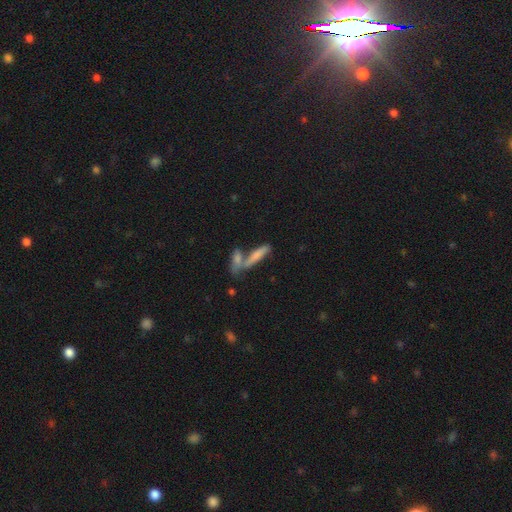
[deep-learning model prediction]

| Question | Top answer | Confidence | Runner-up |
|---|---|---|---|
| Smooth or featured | smooth | 69% | featured or disk (22%) |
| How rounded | cigar-shaped | 74% | in between (23%) |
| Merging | none | 45% | merger (41%) |